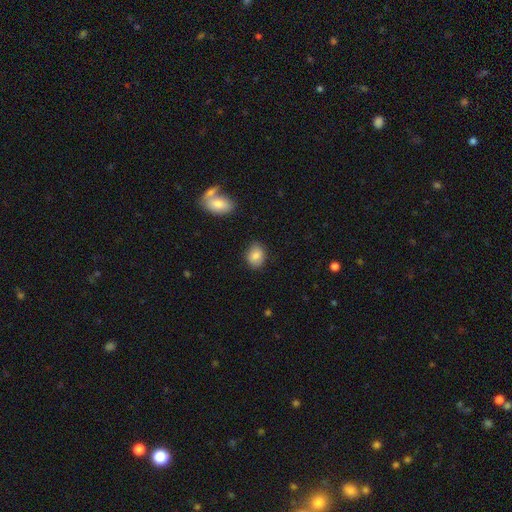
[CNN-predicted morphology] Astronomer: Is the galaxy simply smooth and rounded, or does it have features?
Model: smooth — 85%.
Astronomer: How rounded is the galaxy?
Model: in between — 65%.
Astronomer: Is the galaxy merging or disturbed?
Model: none — 84%.